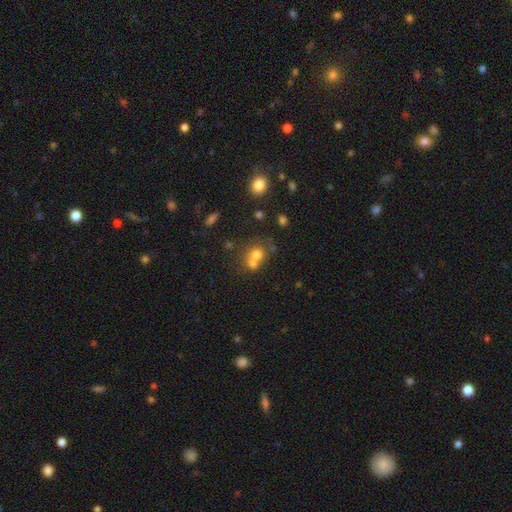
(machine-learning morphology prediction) A smooth galaxy with no disk features (66%) that is round (78%).

Vote fractions:
- Smooth or featured? smooth: 66% / featured or disk: 18% / star or artifact: 16%
- How rounded? round: 78% / in between: 21% / cigar-shaped: 1%
- Merging? merger: 52% / none: 37% / minor disturbance: 7% / major disturbance: 4%